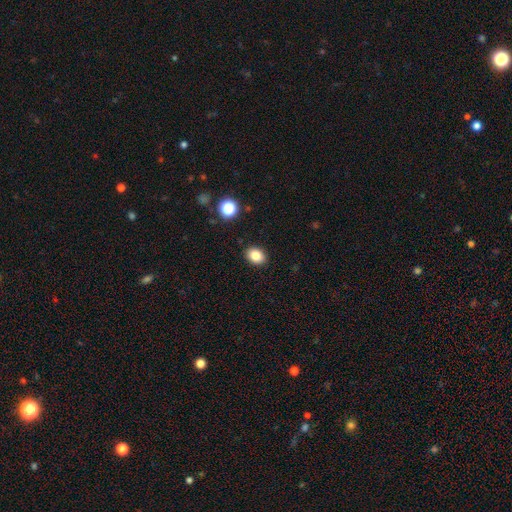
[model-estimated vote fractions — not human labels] smooth_or_featured: smooth (p=0.84) [alt: star or artifact p=0.10]
how_rounded: in between (p=0.61) [alt: round p=0.38]
merging: none (p=0.89) [alt: minor disturbance p=0.07]